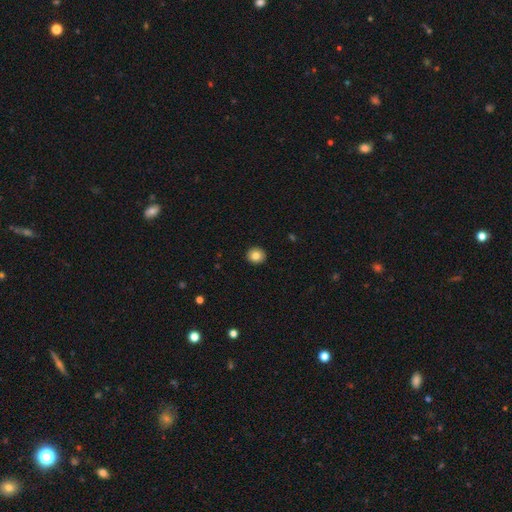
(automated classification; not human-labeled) A smooth galaxy with no disk features (82%) that is round (85%).

Vote fractions:
- Smooth or featured? smooth: 82% / star or artifact: 9% / featured or disk: 9%
- How rounded? round: 85% / in between: 14% / cigar-shaped: 1%
- Merging? none: 92% / minor disturbance: 5% / major disturbance: 1% / merger: 1%